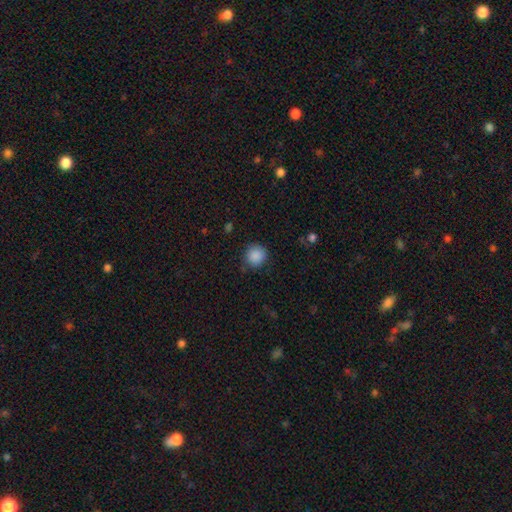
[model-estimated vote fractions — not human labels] smooth 88%, star or artifact 9%, featured or disk 3%. Down the decision tree: how rounded — round (92%); merging — none (86%).